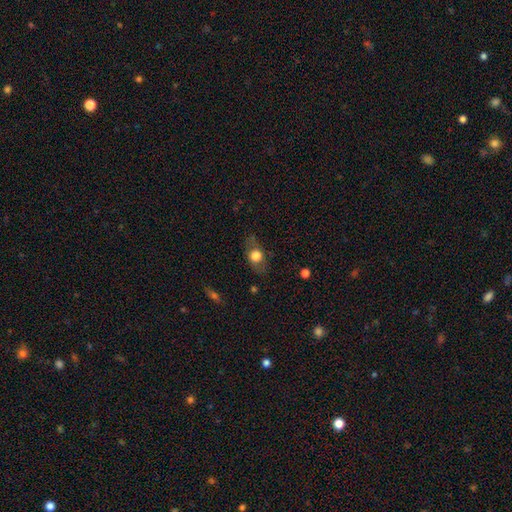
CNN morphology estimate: Q: Smooth or featured?
A: smooth (64%); runner-up: featured or disk (27%)
Q: How rounded?
A: in between (63%); runner-up: round (33%)
Q: Merging?
A: none (75%); runner-up: minor disturbance (17%)